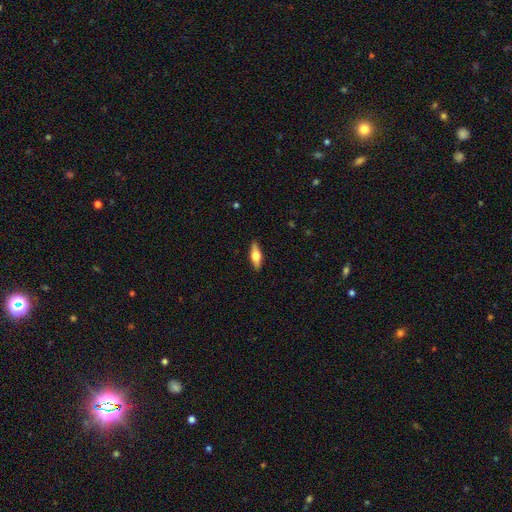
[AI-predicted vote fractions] Smooth or featured: featured or disk — 47% (smooth — 46%)
Merging: none — 89% (minor disturbance — 8%)